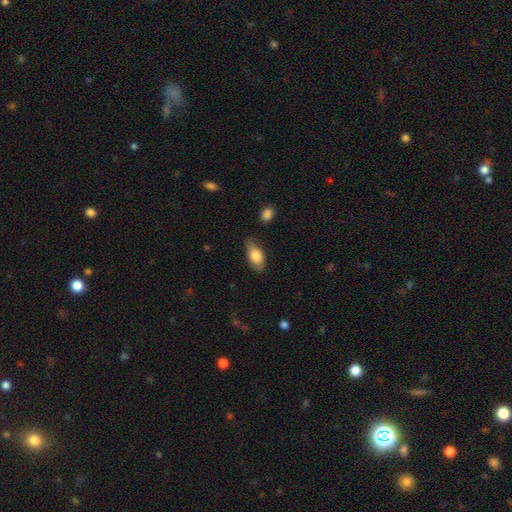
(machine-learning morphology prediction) smooth-or-featured: smooth: 80% | featured or disk: 14% | star or artifact: 6%
  how-rounded: in between: 89% | cigar-shaped: 8% | round: 3%
  merging: none: 70% | minor disturbance: 23% | major disturbance: 5% | merger: 2%